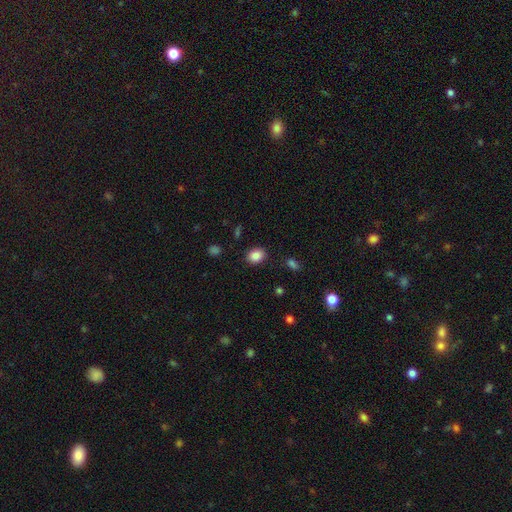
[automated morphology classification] A smooth galaxy with no disk features (87%) that is in between round and cigar-shaped (60%).

Vote fractions:
- Smooth or featured? smooth: 87% / star or artifact: 9% / featured or disk: 4%
- How rounded? in between: 60% / round: 39% / cigar-shaped: 1%
- Merging? none: 87% / minor disturbance: 9% / major disturbance: 3% / merger: 2%